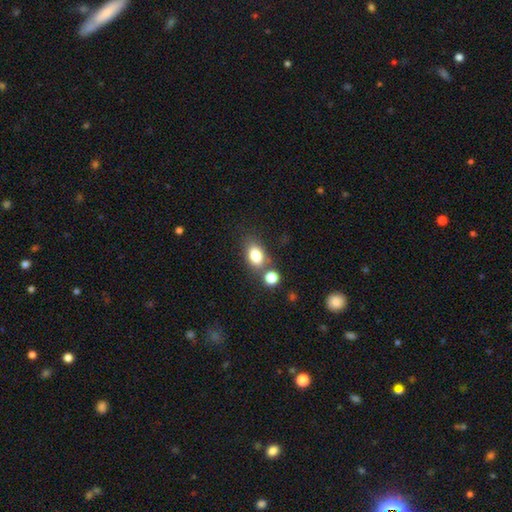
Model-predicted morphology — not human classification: Smooth or featured? smooth (80%)
How rounded? in between (76%)
Merging? none (61%)